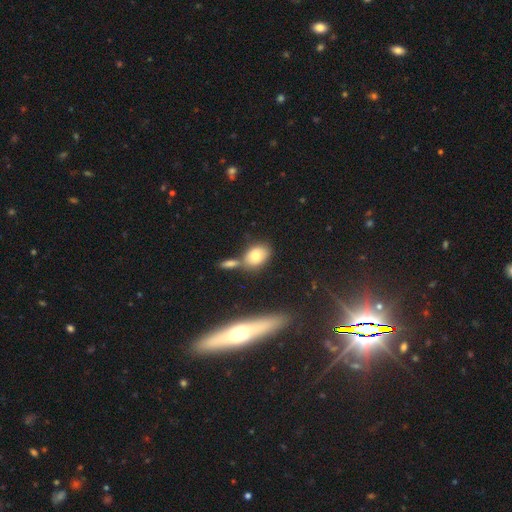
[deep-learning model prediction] The model was most divided on "merging": none: 60%, merger: 23%, minor disturbance: 13%, major disturbance: 4%. More confident: how rounded — in between (76%); smooth or featured — smooth (76%).